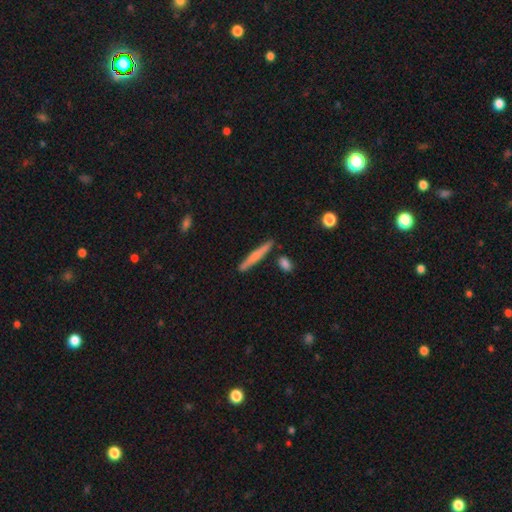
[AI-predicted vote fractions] Q: Smooth or featured?
A: smooth (59%); runner-up: featured or disk (35%)
Q: How rounded?
A: cigar-shaped (95%); runner-up: in between (4%)
Q: Merging?
A: none (85%); runner-up: minor disturbance (9%)